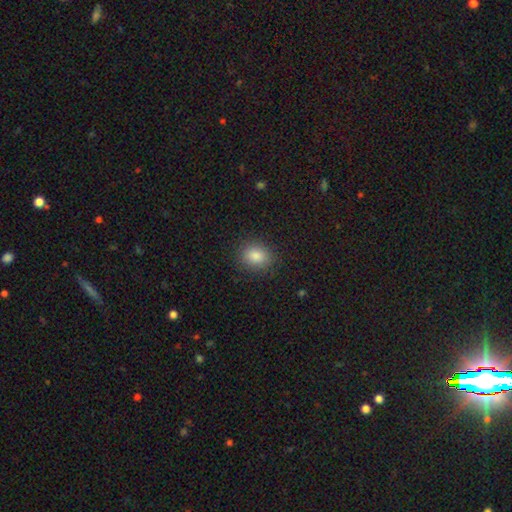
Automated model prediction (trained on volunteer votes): Smooth or featured?
  - smooth: 84% *
  - star or artifact: 10%
  - featured or disk: 5%
How rounded?
  - round: 54% *
  - in between: 45%
  - cigar-shaped: 1%
Merging?
  - none: 89% *
  - minor disturbance: 8%
  - major disturbance: 2%
  - merger: 1%